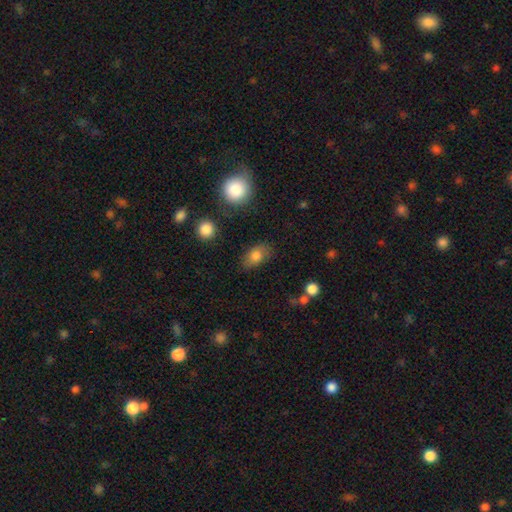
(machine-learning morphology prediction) This appears to be a smooth galaxy with no disk features (79%) that is in between round and cigar-shaped (84%). Merging: none (75%).